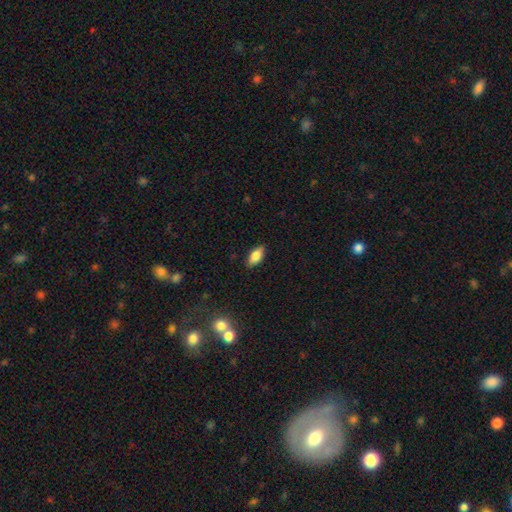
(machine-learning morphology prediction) Smooth or featured?
  - smooth: 81% *
  - featured or disk: 11%
  - star or artifact: 7%
How rounded?
  - in between: 88% *
  - cigar-shaped: 9%
  - round: 3%
Merging?
  - none: 87% *
  - minor disturbance: 10%
  - major disturbance: 2%
  - merger: 1%